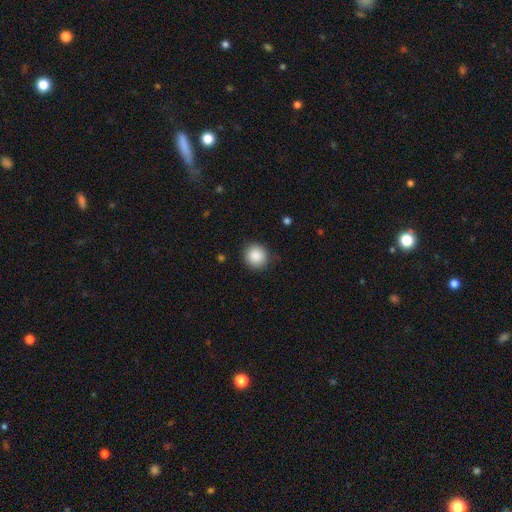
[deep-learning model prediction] Smooth or featured: smooth — 88% (star or artifact — 8%)
How rounded: round — 92% (in between — 7%)
Merging: none — 87% (minor disturbance — 9%)